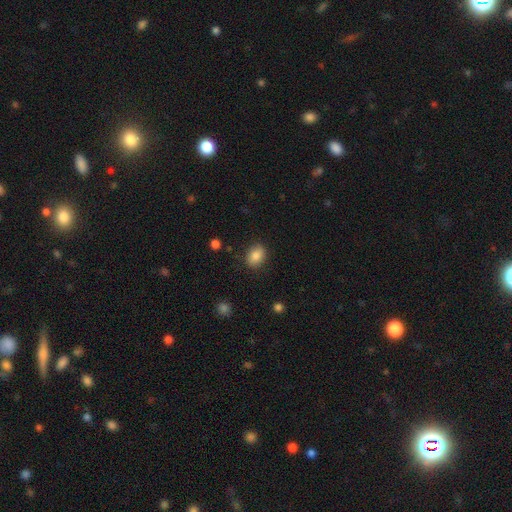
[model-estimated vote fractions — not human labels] Morphology: type=smooth (86%); roundness=in between (66%); merging=none (86%).